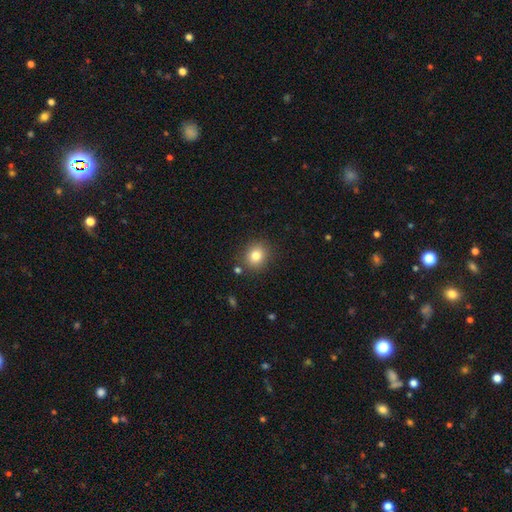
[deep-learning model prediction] Smooth or featured? smooth (82%)
How rounded? round (75%)
Merging? none (85%)